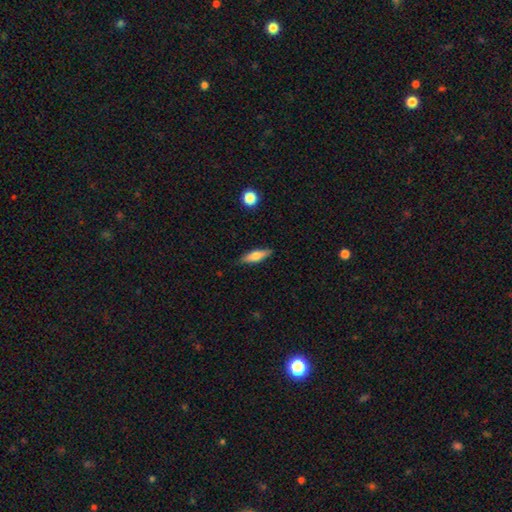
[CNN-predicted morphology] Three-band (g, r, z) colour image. It shows a smooth galaxy with no disk features (61%) that is cigar-shaped (58%). Merging: none (86%).